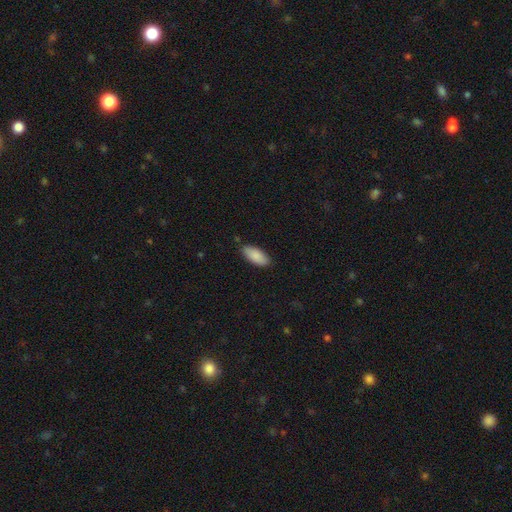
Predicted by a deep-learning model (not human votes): This appears to be a smooth galaxy with no disk features (88%) that is in between round and cigar-shaped (87%). Merging: none (84%).